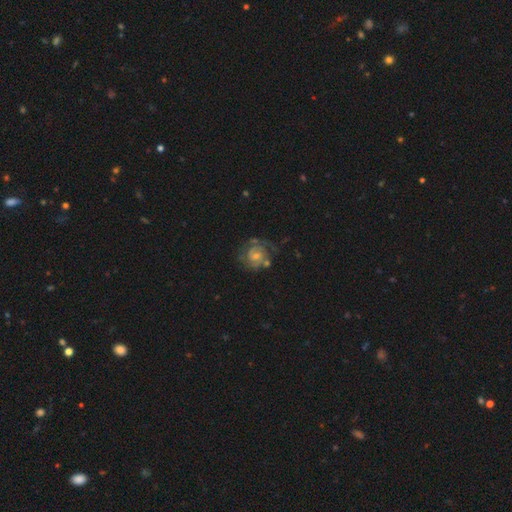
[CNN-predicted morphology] This is likely a featured or disk galaxy (77%). It is clearly not viewed edge-on (98%). Bar: possibly no (54%). Spiral arm pattern: clearly yes (91%). Spiral arm count: likely 2 (60%). Spiral winding: possibly tight (52%). Central bulge: possibly small (51%). Merging: possibly none (57%).